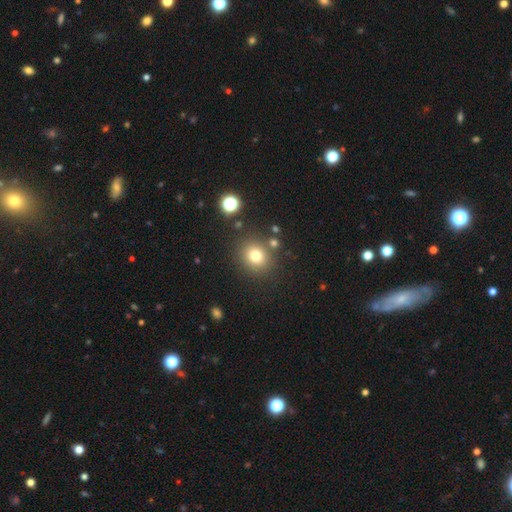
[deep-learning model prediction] smooth_or_featured: smooth (p=0.76) [alt: star or artifact p=0.15]
how_rounded: round (p=0.83) [alt: in between p=0.16]
merging: none (p=0.82) [alt: minor disturbance p=0.09]